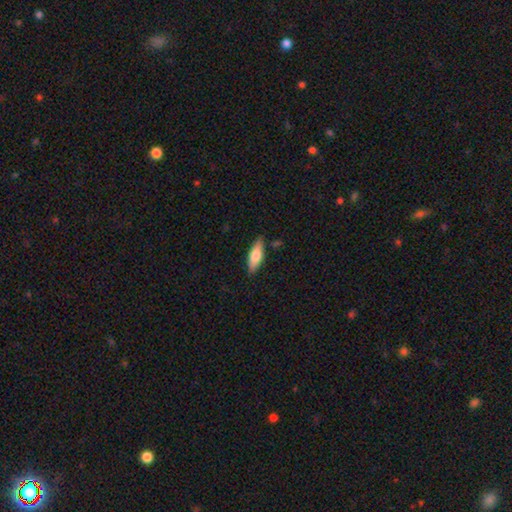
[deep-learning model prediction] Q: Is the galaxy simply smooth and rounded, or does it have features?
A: smooth — 68%.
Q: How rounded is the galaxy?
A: in between — 61%.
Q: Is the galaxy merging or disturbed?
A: none — 82%.